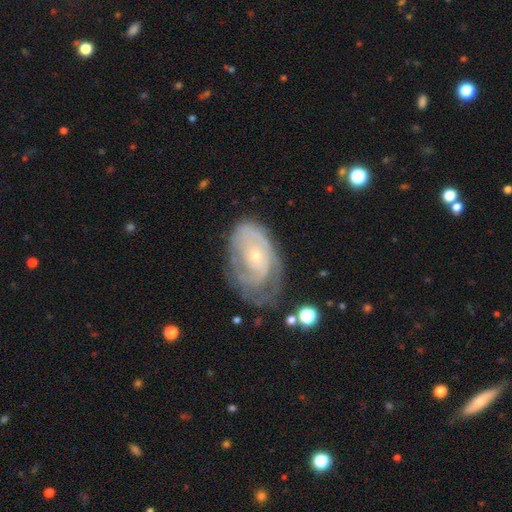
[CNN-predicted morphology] A featured or disk galaxy (80%) with no bar (77%), tight (68%) spiral arms (87%) and a small central bulge (77%).

Vote fractions:
- Smooth or featured? featured or disk: 80% / smooth: 14% / star or artifact: 6%
- Edge-on disk? no: 96% / yes: 4%
- Bar? no: 77% / weak: 19% / strong: 4%
- Spiral arms? yes: 87% / no: 13%
- Spiral winding? tight: 68% / medium: 24% / loose: 8%
- Spiral arm count? can't tell: 45% / 2: 26% / 3: 11% / 1: 9% / 4: 5% / more than 4: 4%
- Bulge size? small: 77% / moderate: 20% / none: 1% / large: 1% / dominant: 1%
- Merging? none: 54% / minor disturbance: 27% / major disturbance: 18% / merger: 2%